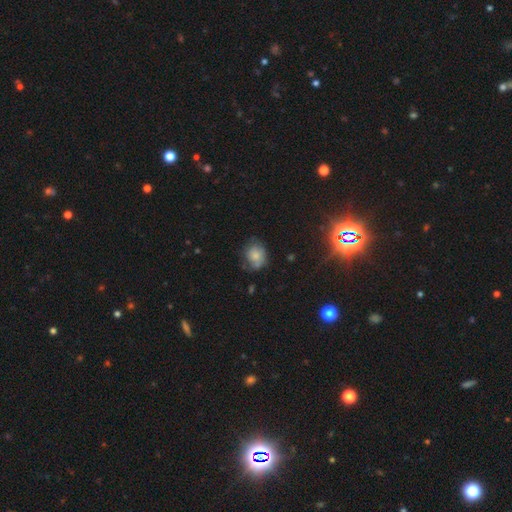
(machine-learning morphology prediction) Smooth or featured? Predicted: smooth (p=0.69). How rounded? Predicted: round (p=0.62). Merging? Predicted: none (p=0.54).